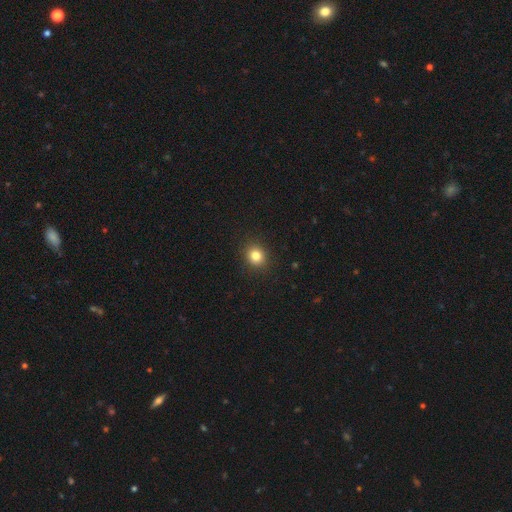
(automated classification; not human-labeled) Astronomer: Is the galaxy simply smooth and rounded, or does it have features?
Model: smooth — 82%.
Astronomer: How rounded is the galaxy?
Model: round — 78%.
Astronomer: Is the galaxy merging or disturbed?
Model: none — 91%.